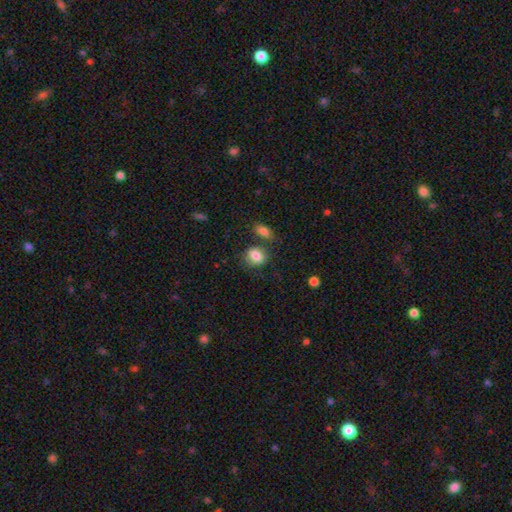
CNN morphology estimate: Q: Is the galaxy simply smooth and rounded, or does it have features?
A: smooth — 84%.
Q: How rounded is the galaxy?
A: in between — 57%.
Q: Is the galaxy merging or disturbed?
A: none — 65%.